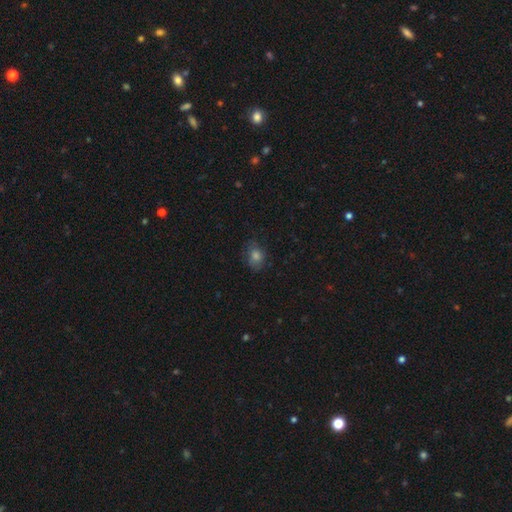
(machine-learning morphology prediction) Overall: smooth (71%). How rounded: round (52%; in between 47%). Merging: none (75%).